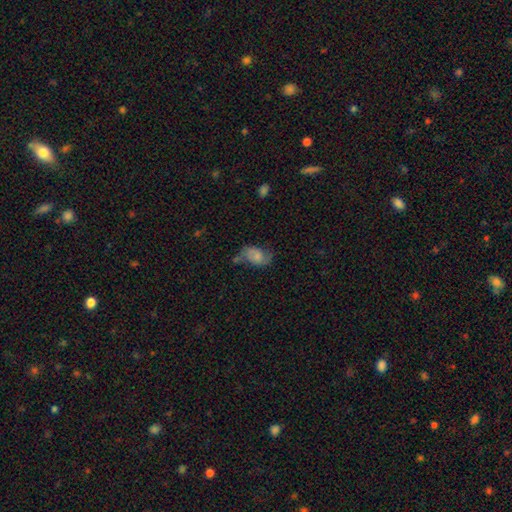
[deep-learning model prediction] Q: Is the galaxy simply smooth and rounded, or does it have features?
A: featured or disk — 46%.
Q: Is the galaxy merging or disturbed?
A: none — 43%.